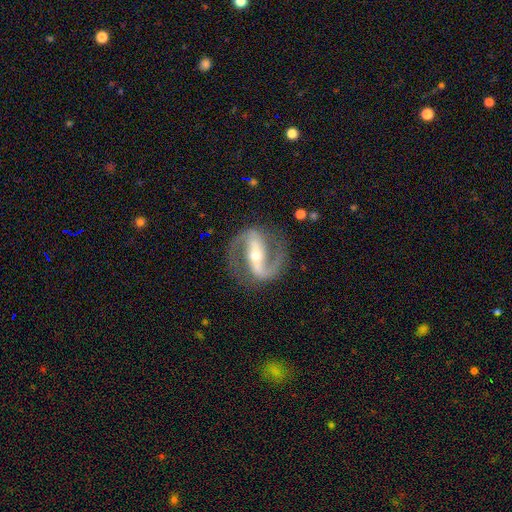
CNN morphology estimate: type=featured or disk (92%); edge-on=no (96%); bar=strong (66%); spiral arms=yes (97%); winding=medium (58%); arm count=2 (93%); bulge=moderate (51%); merging=none (82%).